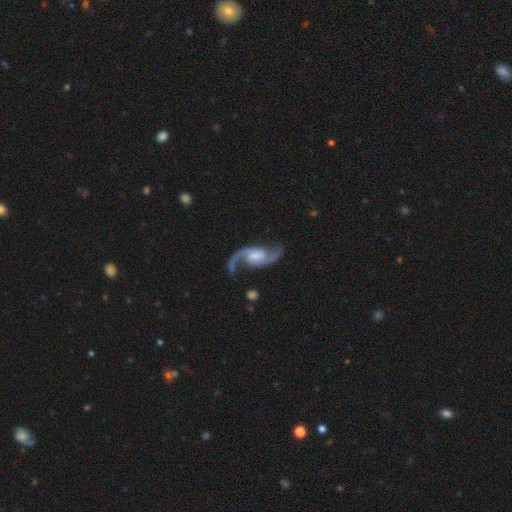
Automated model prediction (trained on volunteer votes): Overall: featured or disk (91%). Edge-on disk: no (97%). Bar: weak (49%; no 33%). Spiral arms: yes (98%). Spiral arm count: 2 (93%). Spiral winding: loose (71%). Bulge size: small (37%; moderate 34%). Merging: none (76%).